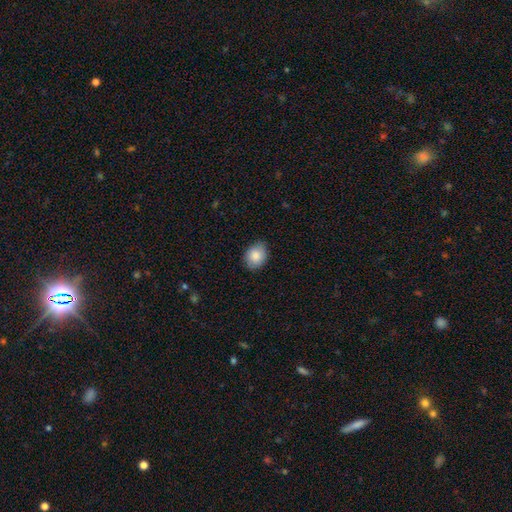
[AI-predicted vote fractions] Smooth or featured: smooth — 86% (star or artifact — 7%)
How rounded: in between — 52% (round — 47%)
Merging: none — 78% (minor disturbance — 18%)